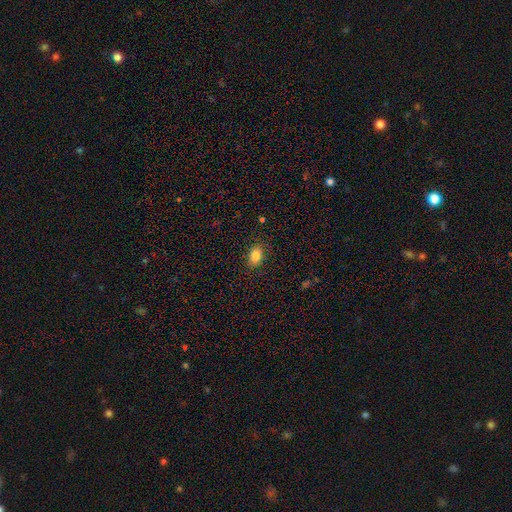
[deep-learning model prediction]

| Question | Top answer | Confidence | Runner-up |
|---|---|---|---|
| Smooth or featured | smooth | 83% | star or artifact (9%) |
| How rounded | in between | 82% | round (17%) |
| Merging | none | 86% | minor disturbance (10%) |